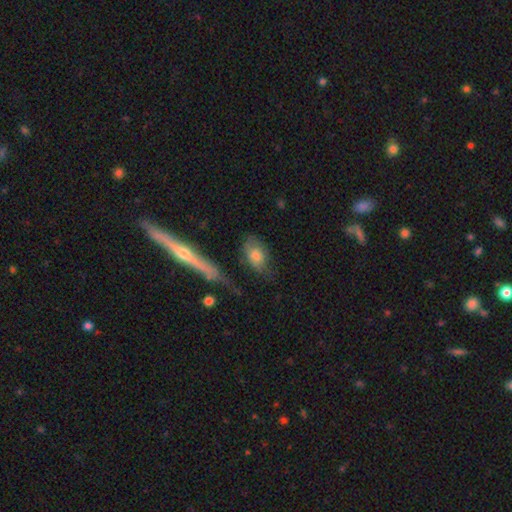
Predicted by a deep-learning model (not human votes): Smooth or featured?
  - smooth: 67% *
  - featured or disk: 25%
  - star or artifact: 8%
How rounded?
  - in between: 78% *
  - round: 14%
  - cigar-shaped: 8%
Merging?
  - none: 50% *
  - minor disturbance: 26%
  - major disturbance: 15%
  - merger: 9%